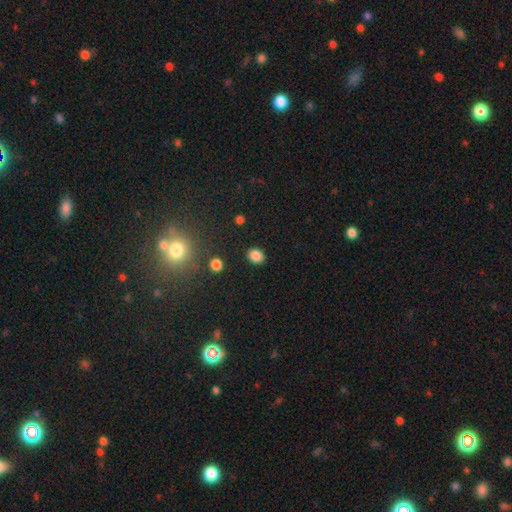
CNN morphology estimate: This is clearly a smooth galaxy (85%). How rounded: possibly in between (52%). Merging: clearly none (87%).